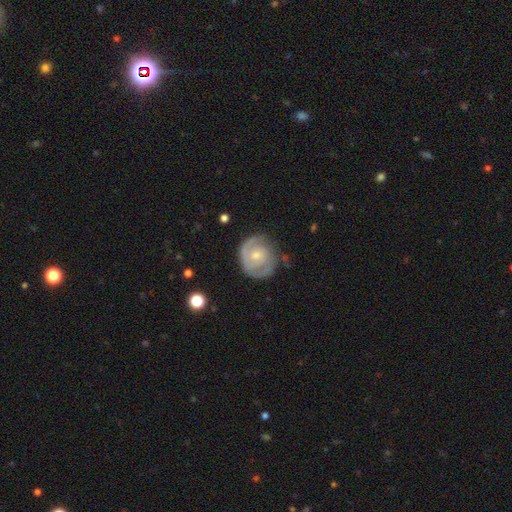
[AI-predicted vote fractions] Q: Smooth or featured?
A: featured or disk (78%); runner-up: smooth (17%)
Q: Edge-on disk?
A: no (98%); runner-up: yes (2%)
Q: Bar?
A: no (65%); runner-up: weak (30%)
Q: Spiral arms?
A: yes (92%); runner-up: no (8%)
Q: Spiral winding?
A: tight (59%); runner-up: medium (32%)
Q: Spiral arm count?
A: 2 (56%); runner-up: can't tell (19%)
Q: Bulge size?
A: small (56%); runner-up: moderate (39%)
Q: Merging?
A: none (72%); runner-up: minor disturbance (19%)